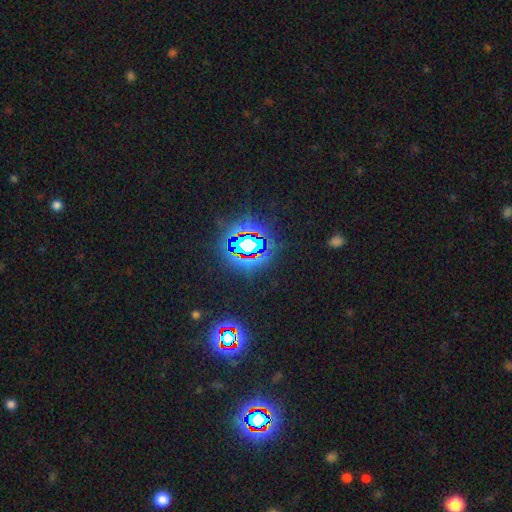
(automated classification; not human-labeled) Overall: star or artifact (81%).